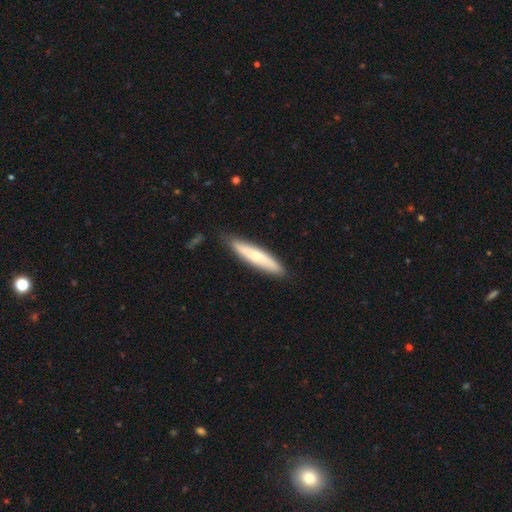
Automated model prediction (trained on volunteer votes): Q: Smooth or featured?
A: smooth (57%); runner-up: featured or disk (38%)
Q: How rounded?
A: cigar-shaped (84%); runner-up: in between (14%)
Q: Merging?
A: none (83%); runner-up: minor disturbance (14%)